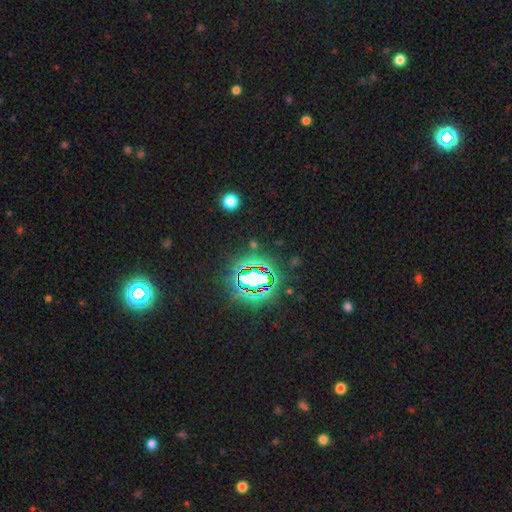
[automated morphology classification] A star or artifact, not a galaxy (85%).